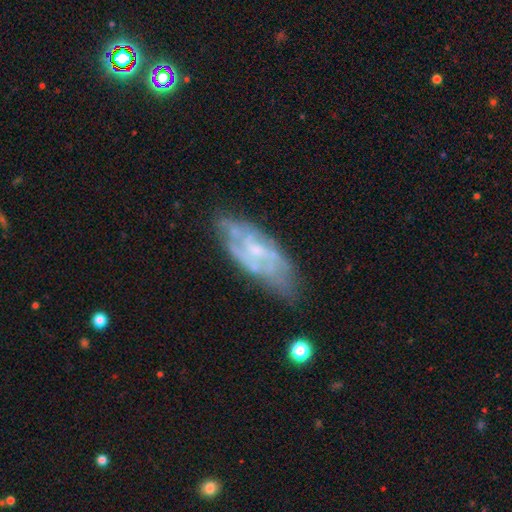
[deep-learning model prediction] This is likely a featured or disk galaxy (72%). It is clearly not viewed edge-on (84%). Bar: possibly no (55%). Spiral arm pattern: likely yes (70%). Central bulge: possibly small (55%). Merging: likely none (63%).